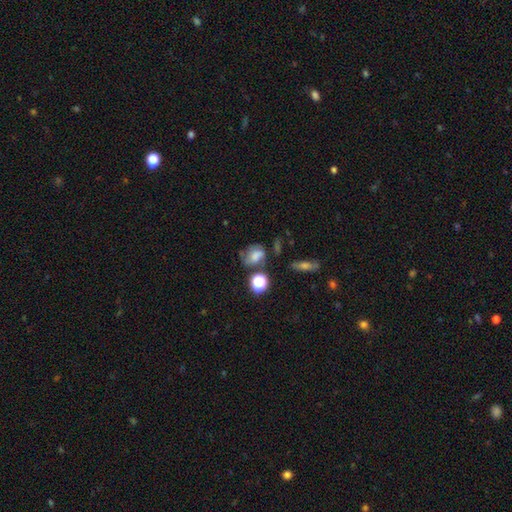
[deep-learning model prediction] A smooth galaxy with no disk features (52%) that is in between round and cigar-shaped (55%).

Vote fractions:
- Smooth or featured? smooth: 52% / featured or disk: 31% / star or artifact: 17%
- How rounded? in between: 55% / round: 43% / cigar-shaped: 2%
- Merging? none: 45% / minor disturbance: 24% / major disturbance: 17% / merger: 14%